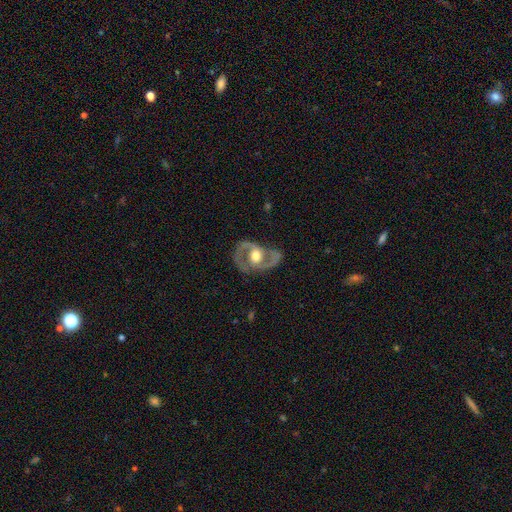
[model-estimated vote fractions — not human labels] This appears to be a featured or disk galaxy (80%) with no bar (59%), 2 (87%) medium (52%) spiral arms (76%) and a moderate central bulge (64%). Merging: none (72%).